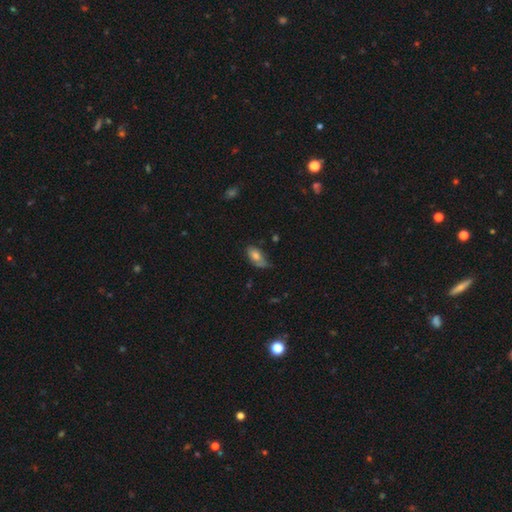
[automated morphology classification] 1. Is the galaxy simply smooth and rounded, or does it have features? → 73% smooth, 19% featured or disk, 8% star or artifact.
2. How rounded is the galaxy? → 90% in between, 5% cigar-shaped, 5% round.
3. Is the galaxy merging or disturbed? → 43% none, 40% minor disturbance, 13% major disturbance, 4% merger.